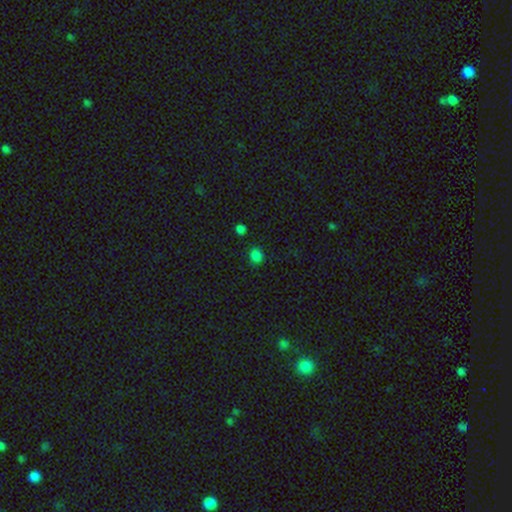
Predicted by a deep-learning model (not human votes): Smooth or featured?
  - smooth: 81% *
  - star or artifact: 16%
  - featured or disk: 3%
How rounded?
  - round: 67% *
  - in between: 32%
  - cigar-shaped: 1%
Merging?
  - none: 85% *
  - minor disturbance: 10%
  - merger: 3%
  - major disturbance: 3%